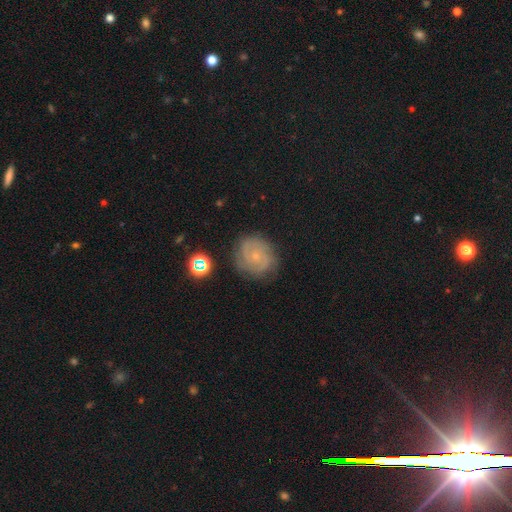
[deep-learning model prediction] smooth_or_featured: featured or disk (p=0.70) [alt: smooth p=0.20]
disk_edge_on: no (p=0.98) [alt: yes p=0.02]
bar: no (p=0.76) [alt: weak p=0.21]
has_spiral_arms: yes (p=0.92) [alt: no p=0.08]
spiral_winding: tight (p=0.57) [alt: medium p=0.34]
spiral_arm_count: 2 (p=0.38) [alt: can't tell p=0.27]
bulge_size: small (p=0.81) [alt: moderate p=0.13]
merging: none (p=0.78) [alt: minor disturbance p=0.15]